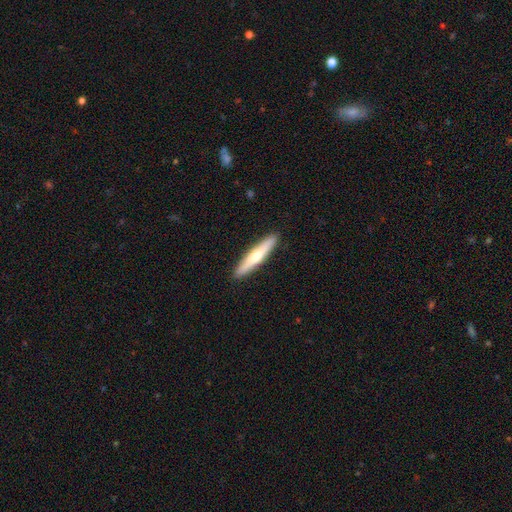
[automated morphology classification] Smooth or featured? smooth (50%)
Merging? none (92%)